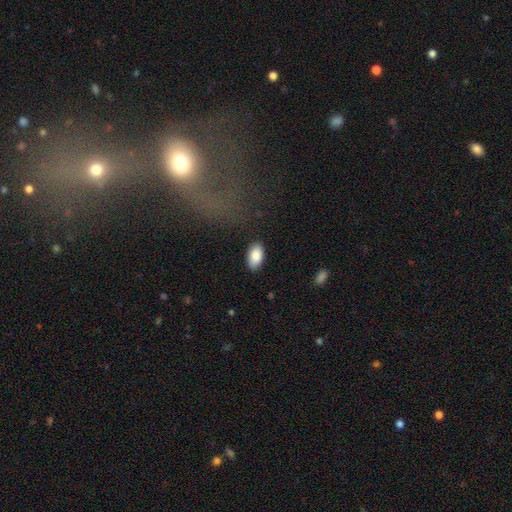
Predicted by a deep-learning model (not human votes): Smooth or featured?
  - smooth: 88% *
  - star or artifact: 6%
  - featured or disk: 6%
How rounded?
  - in between: 95% *
  - round: 3%
  - cigar-shaped: 2%
Merging?
  - none: 87% *
  - minor disturbance: 10%
  - major disturbance: 2%
  - merger: 1%